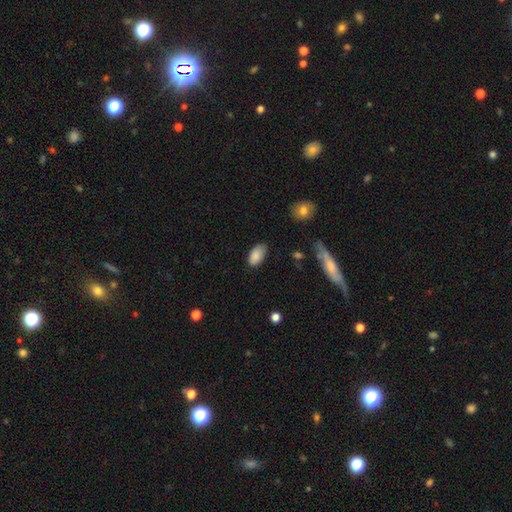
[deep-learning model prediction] Smooth or featured: smooth — 86% (star or artifact — 8%)
How rounded: in between — 94% (round — 3%)
Merging: none — 75% (minor disturbance — 20%)